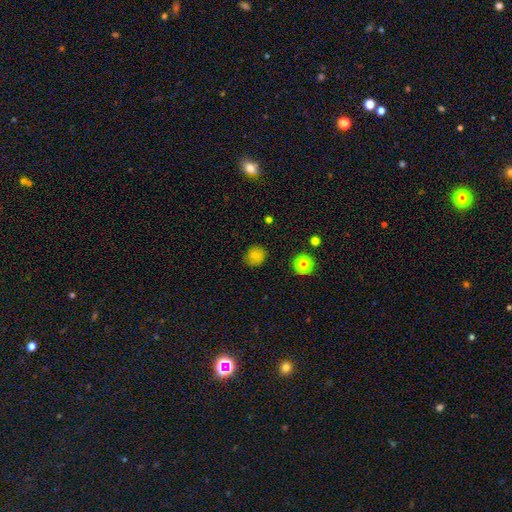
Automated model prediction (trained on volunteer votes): smooth 81%, star or artifact 13%, featured or disk 5%. Down the decision tree: how rounded — round (84%); merging — none (83%).